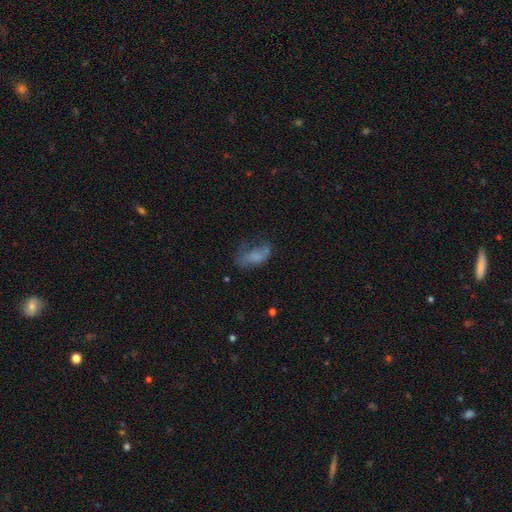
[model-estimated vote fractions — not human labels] The model was most divided on "merging": major disturbance: 35%, none: 34%, minor disturbance: 26%, merger: 6%. More confident: how rounded — in between (86%); smooth or featured — smooth (56%).